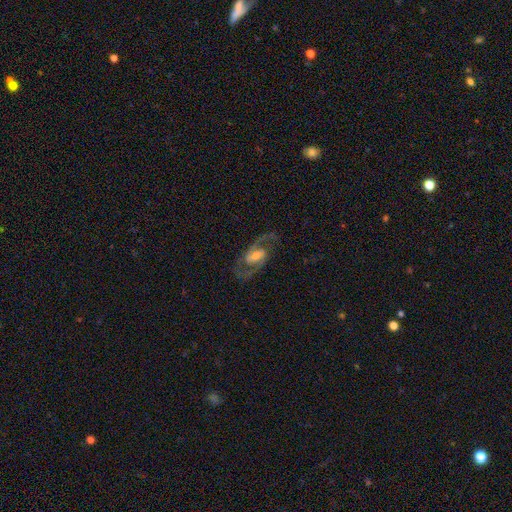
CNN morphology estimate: Overall: featured or disk (86%). Edge-on disk: no (96%). Bar: weak (49%; strong 30%). Spiral arms: yes (95%). Spiral arm count: 2 (92%). Spiral winding: medium (60%; loose 24%). Bulge size: moderate (49%; small 37%). Merging: none (78%).